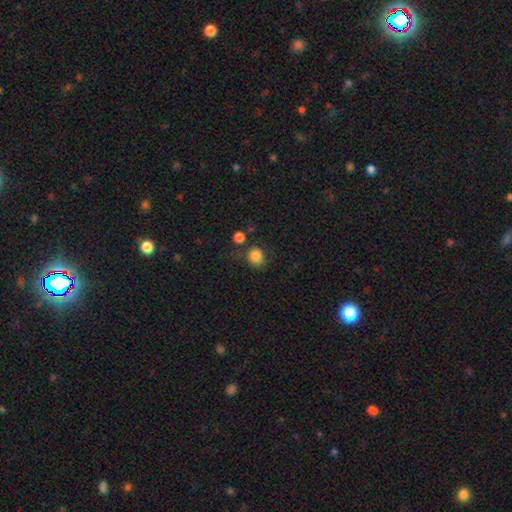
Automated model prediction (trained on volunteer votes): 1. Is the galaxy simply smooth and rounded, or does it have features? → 84% smooth, 11% star or artifact, 5% featured or disk.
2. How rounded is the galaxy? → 82% round, 17% in between, 1% cigar-shaped.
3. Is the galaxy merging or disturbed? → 70% none, 16% minor disturbance, 9% merger, 5% major disturbance.